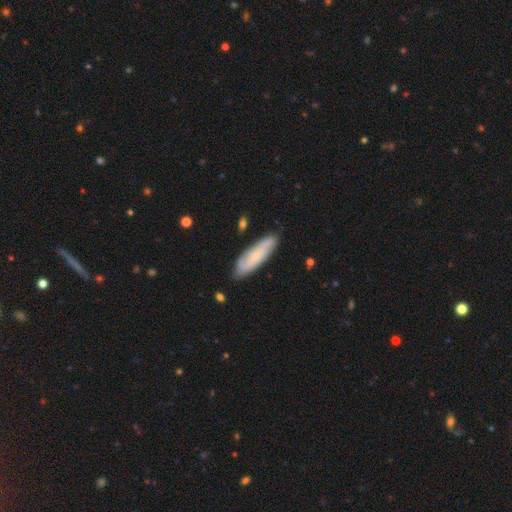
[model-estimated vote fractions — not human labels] This appears to be a smooth galaxy with no disk features (50%) that is cigar-shaped (62%). Merging: none (82%).